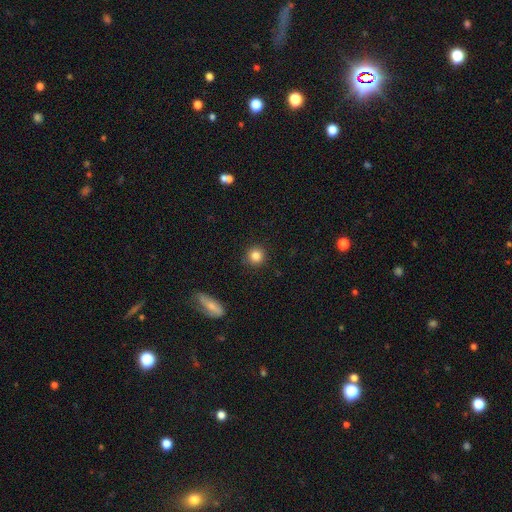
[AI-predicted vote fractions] Q: Smooth or featured?
A: smooth (85%); runner-up: star or artifact (10%)
Q: How rounded?
A: round (93%); runner-up: in between (6%)
Q: Merging?
A: none (90%); runner-up: minor disturbance (6%)